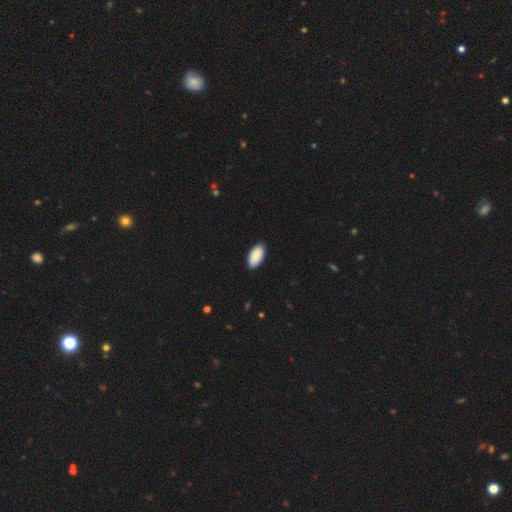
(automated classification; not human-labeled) smooth 90%, star or artifact 6%, featured or disk 5%. Down the decision tree: how rounded — in between (95%); merging — none (90%).